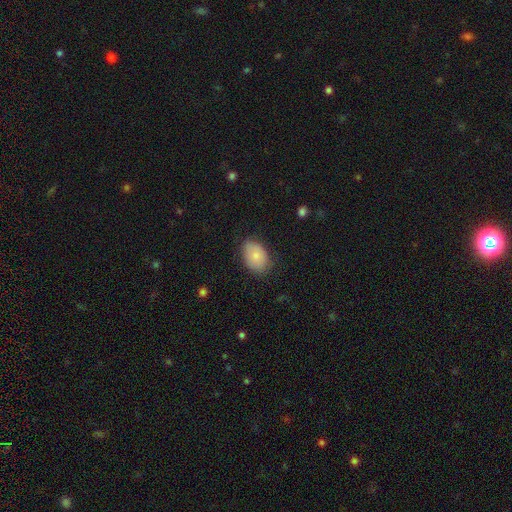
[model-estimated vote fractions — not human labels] This is clearly a smooth galaxy (83%). How rounded: clearly in between (84%). Merging: likely none (74%).